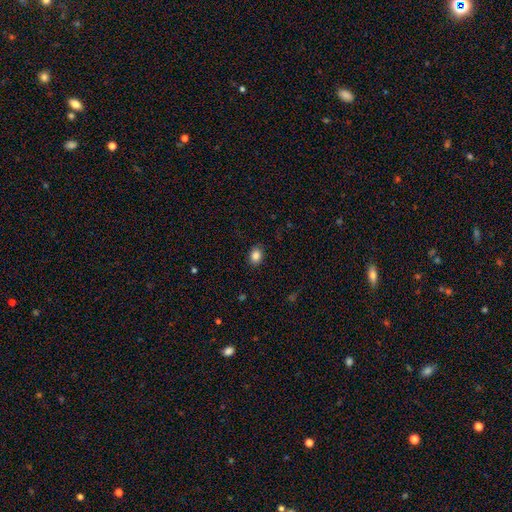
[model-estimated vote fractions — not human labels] smooth 86%, star or artifact 10%, featured or disk 4%. Down the decision tree: how rounded — in between (58%); merging — none (88%).